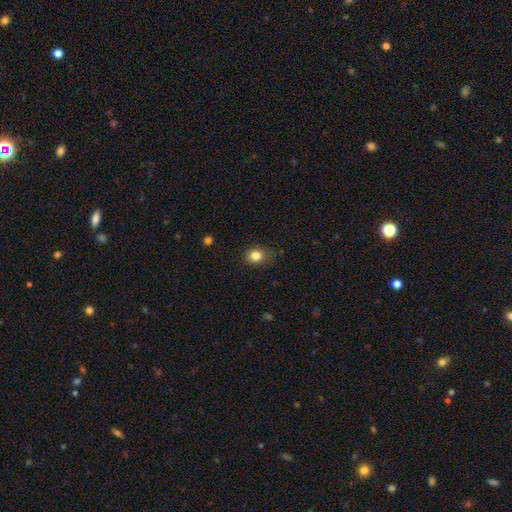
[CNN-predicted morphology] A smooth galaxy with no disk features (83%) that is round (61%). Merging: none (77%).